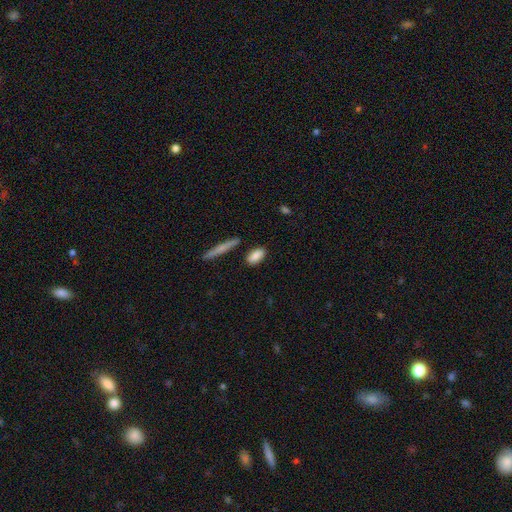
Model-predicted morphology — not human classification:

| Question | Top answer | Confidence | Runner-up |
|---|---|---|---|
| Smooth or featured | smooth | 84% | featured or disk (9%) |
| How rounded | in between | 84% | cigar-shaped (11%) |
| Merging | none | 81% | minor disturbance (12%) |